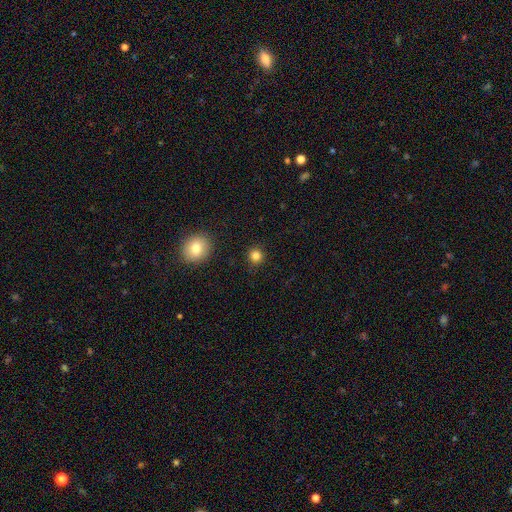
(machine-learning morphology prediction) A smooth galaxy with no disk features (82%) that is round (93%). Merging: none (90%).